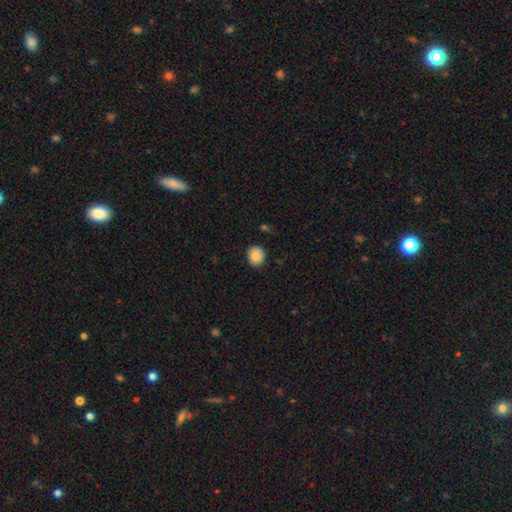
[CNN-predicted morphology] The model was most divided on "how rounded": round: 81%, in between: 19%, cigar-shaped: 1%. More confident: merging — none (86%); smooth or featured — smooth (86%).